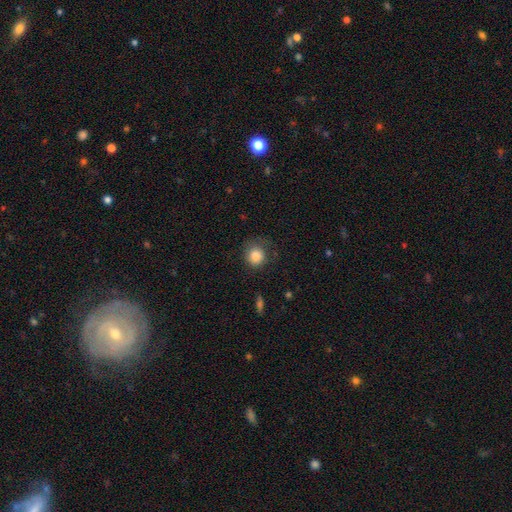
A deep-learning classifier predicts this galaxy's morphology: Smooth or featured? smooth (84%)
How rounded? round (87%)
Merging? none (66%)